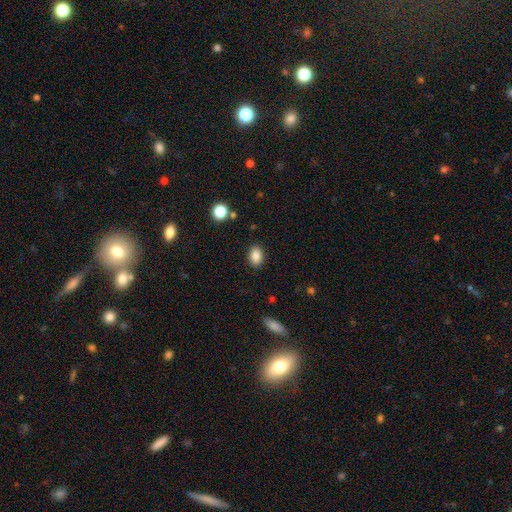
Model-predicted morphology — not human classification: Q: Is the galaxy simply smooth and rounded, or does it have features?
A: smooth — 86%.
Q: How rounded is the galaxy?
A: in between — 80%.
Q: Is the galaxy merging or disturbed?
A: none — 87%.